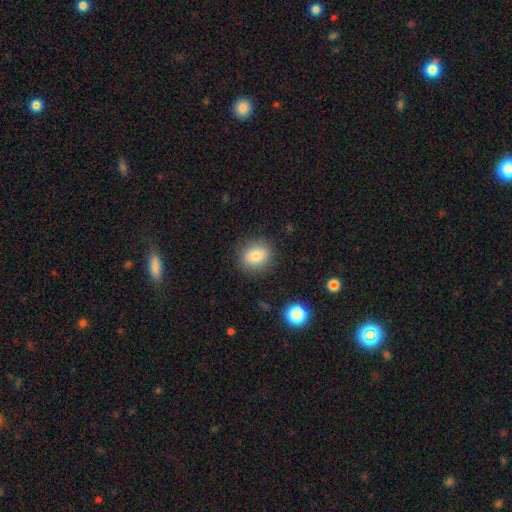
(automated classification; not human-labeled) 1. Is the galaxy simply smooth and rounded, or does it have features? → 83% smooth, 9% star or artifact, 8% featured or disk.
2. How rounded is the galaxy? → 64% round, 35% in between, 1% cigar-shaped.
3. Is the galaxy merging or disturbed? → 86% none, 9% minor disturbance, 3% major disturbance, 1% merger.